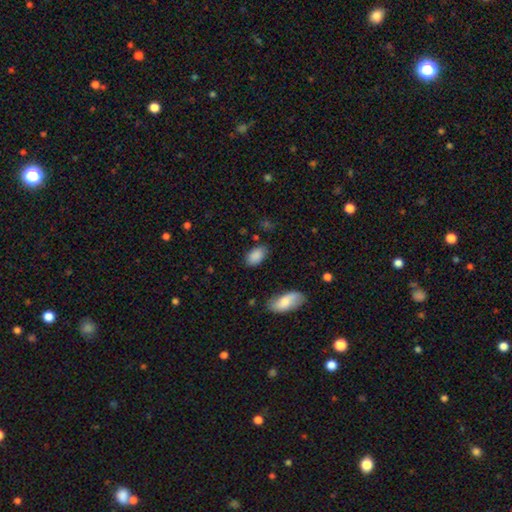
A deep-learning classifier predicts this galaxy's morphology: Overall: smooth (87%). How rounded: in between (93%). Merging: none (79%).